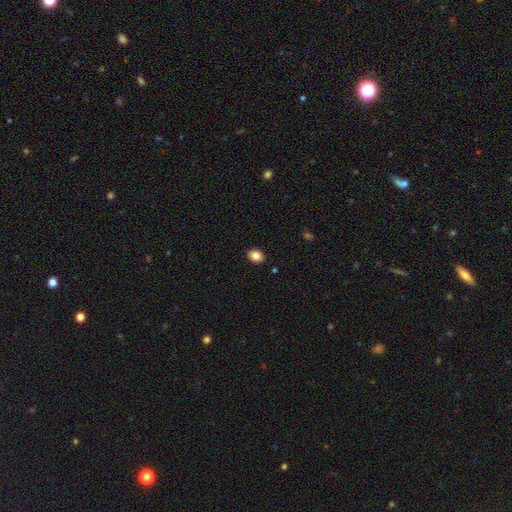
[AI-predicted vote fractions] This is clearly a smooth galaxy (84%). How rounded: likely in between (65%). Merging: clearly none (90%).